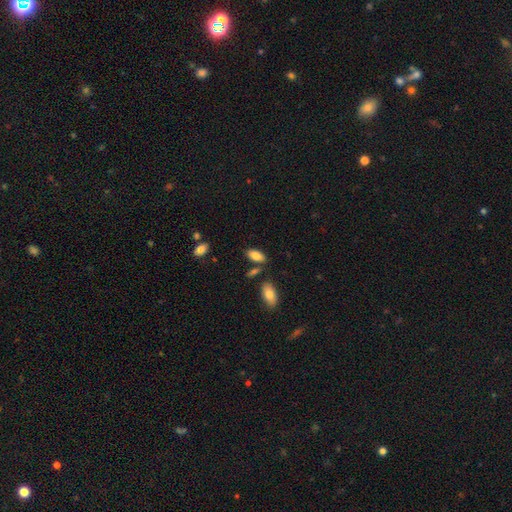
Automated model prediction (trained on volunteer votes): A smooth galaxy with no disk features (83%) that is in between round and cigar-shaped (89%).

Vote fractions:
- Smooth or featured? smooth: 83% / featured or disk: 9% / star or artifact: 7%
- How rounded? in between: 89% / cigar-shaped: 8% / round: 3%
- Merging? none: 75% / minor disturbance: 13% / merger: 9% / major disturbance: 3%